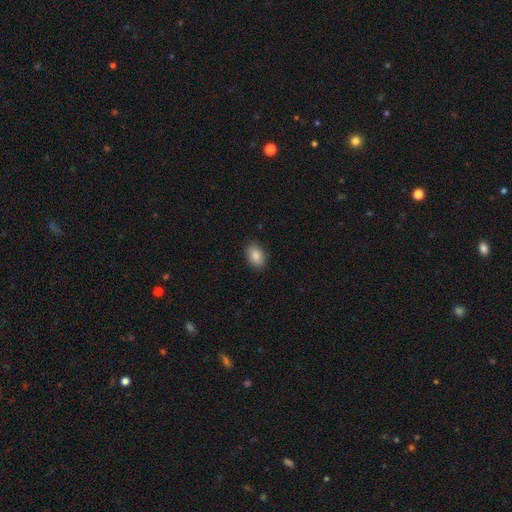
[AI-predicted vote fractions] A smooth galaxy with no disk features (87%) that is in between round and cigar-shaped (86%). Merging: none (88%).